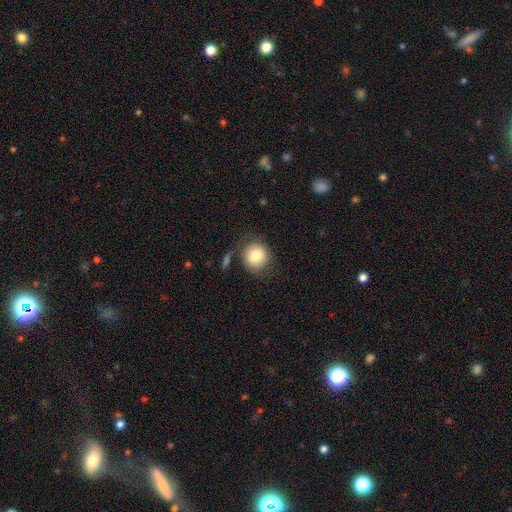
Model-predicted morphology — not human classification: smooth 81%, featured or disk 10%, star or artifact 9%. Down the decision tree: how rounded — round (88%); merging — none (76%).